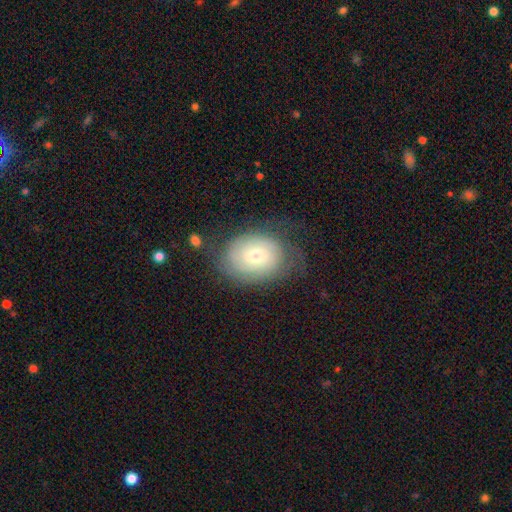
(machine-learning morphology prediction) smooth-or-featured: featured or disk: 49% | smooth: 43% | star or artifact: 8%
  merging: none: 62% | minor disturbance: 23% | major disturbance: 13% | merger: 2%